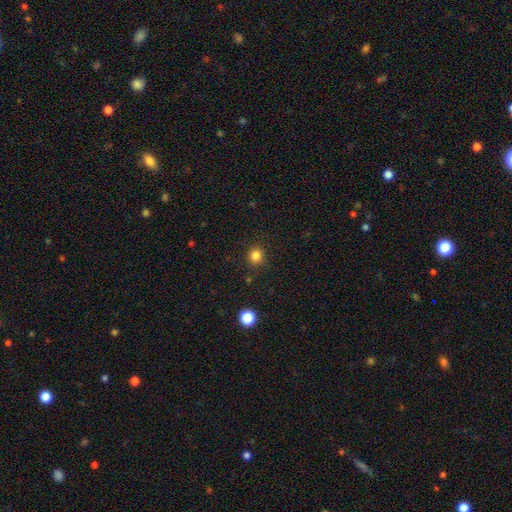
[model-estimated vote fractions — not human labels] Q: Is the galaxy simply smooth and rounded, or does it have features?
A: smooth — 83%.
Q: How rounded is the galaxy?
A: round — 91%.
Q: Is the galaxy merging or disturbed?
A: none — 88%.